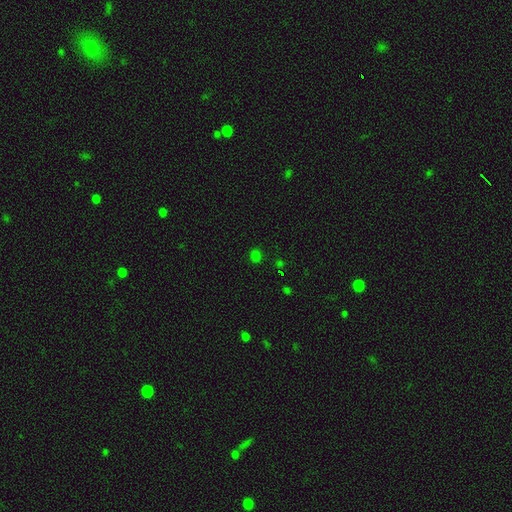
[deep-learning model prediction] smooth 73%, star or artifact 23%, featured or disk 4%. Down the decision tree: how rounded — round (78%); merging — none (88%).